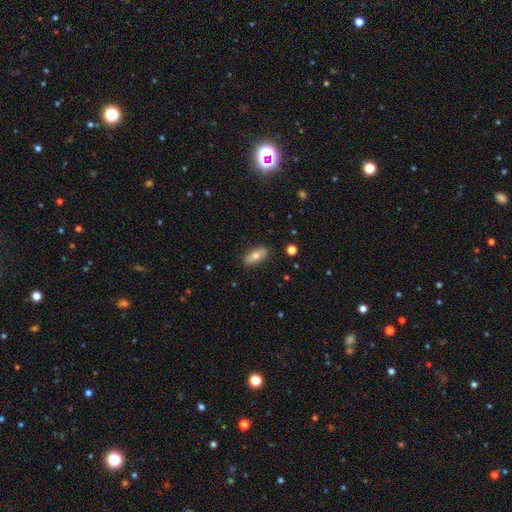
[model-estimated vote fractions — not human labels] smooth 67%, featured or disk 26%, star or artifact 7%. Down the decision tree: how rounded — in between (85%); merging — none (87%).